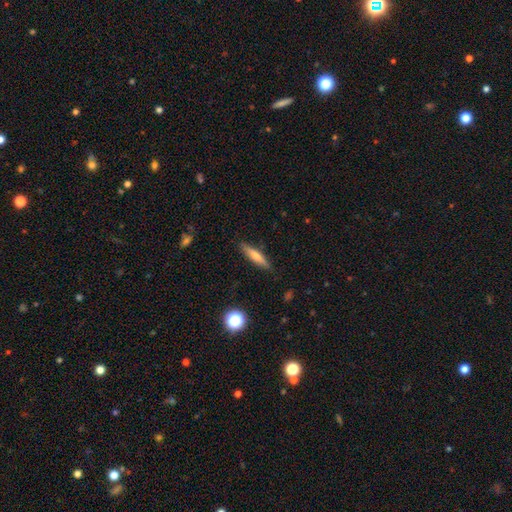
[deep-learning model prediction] Overall: smooth (61%; featured or disk 31%). How rounded: cigar-shaped (85%). Merging: none (88%).